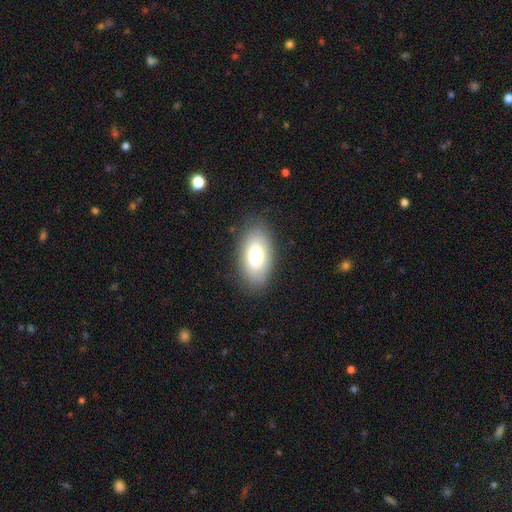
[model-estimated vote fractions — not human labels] This is likely a smooth galaxy (77%). How rounded: clearly in between (93%). Merging: clearly none (83%).